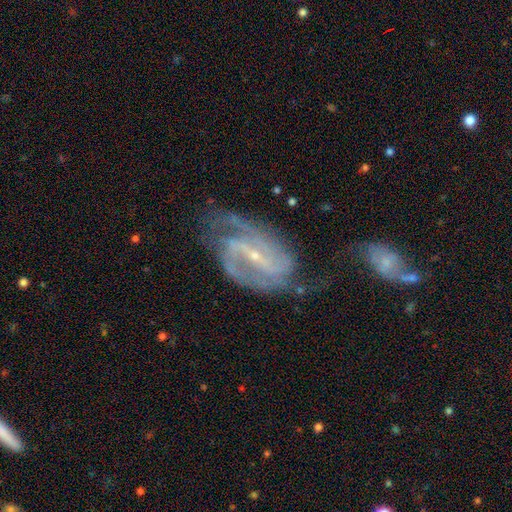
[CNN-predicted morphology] The model was most divided on "bar": strong: 50%, weak: 36%, no: 14%. More confident: spiral arms — yes (96%); edge-on disk — no (96%); smooth or featured — featured or disk (89%); bulge size — small (81%); spiral arm count — 2 (73%); merging — none (52%); spiral winding — medium (50%).